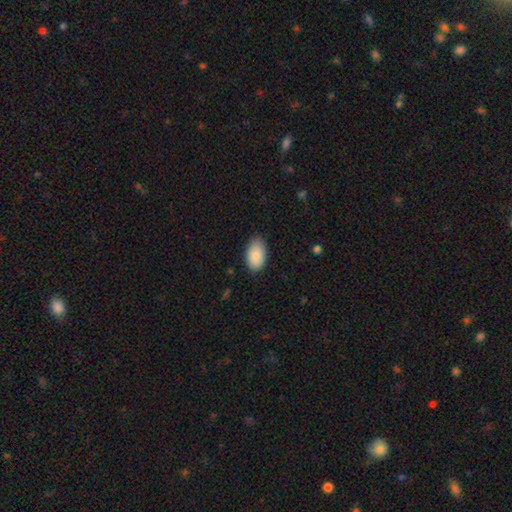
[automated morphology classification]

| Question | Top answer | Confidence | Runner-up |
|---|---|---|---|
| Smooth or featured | smooth | 88% | star or artifact (6%) |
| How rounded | in between | 94% | round (5%) |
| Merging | none | 82% | minor disturbance (14%) |